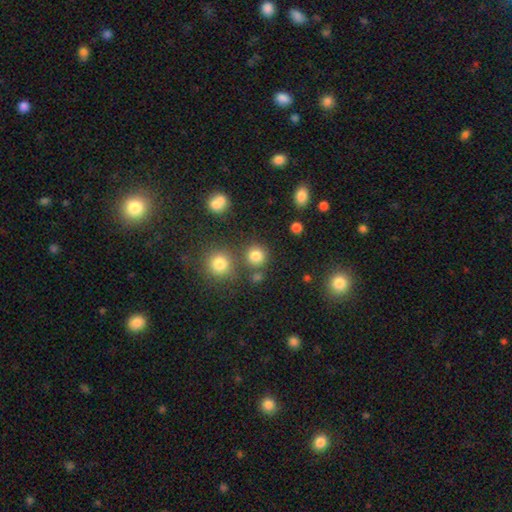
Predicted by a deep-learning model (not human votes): Smooth or featured: smooth — 80% (star or artifact — 15%)
How rounded: round — 90% (in between — 9%)
Merging: none — 77% (merger — 12%)